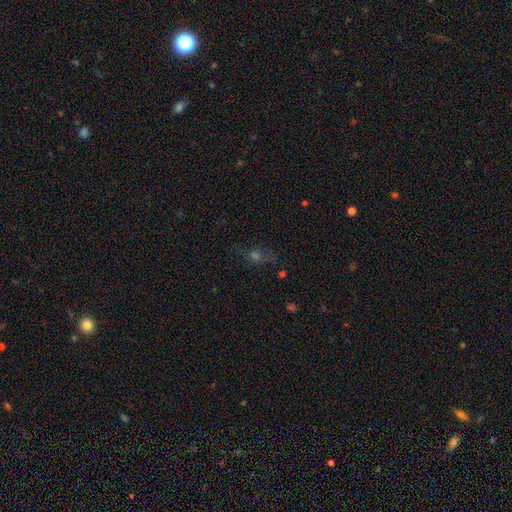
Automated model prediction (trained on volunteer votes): A star or artifact, not a galaxy (43%).